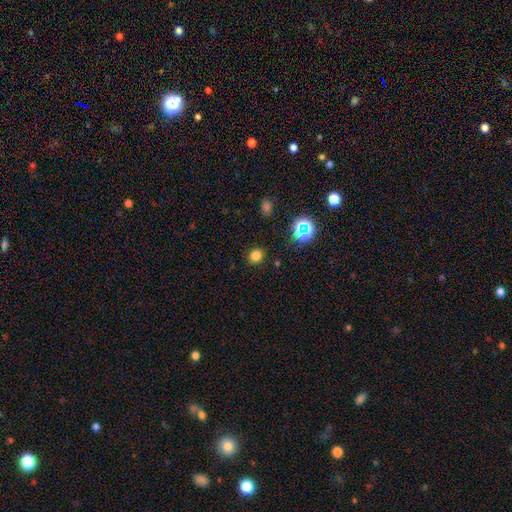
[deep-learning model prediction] This appears to be a smooth galaxy with no disk features (77%) that is round (74%). Merging: none (89%).